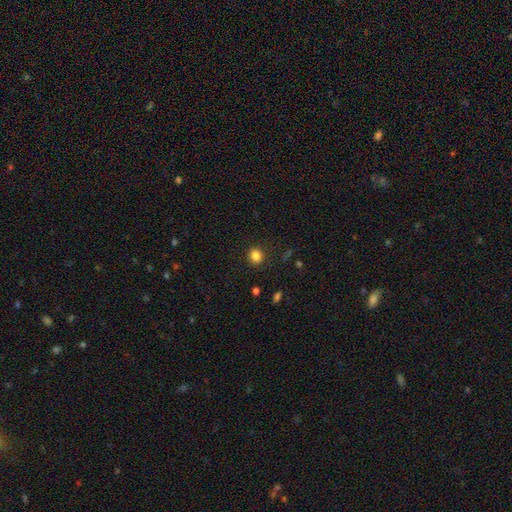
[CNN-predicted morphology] type=smooth (84%); roundness=round (81%); merging=none (89%).